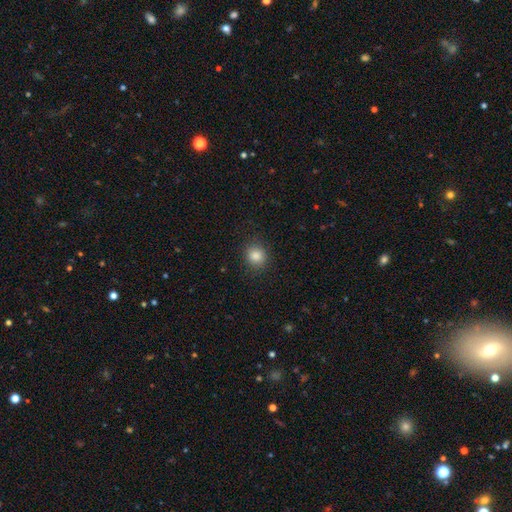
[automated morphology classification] The model was most divided on "how rounded": round: 83%, in between: 16%, cigar-shaped: 1%. More confident: merging — none (89%); smooth or featured — smooth (85%).